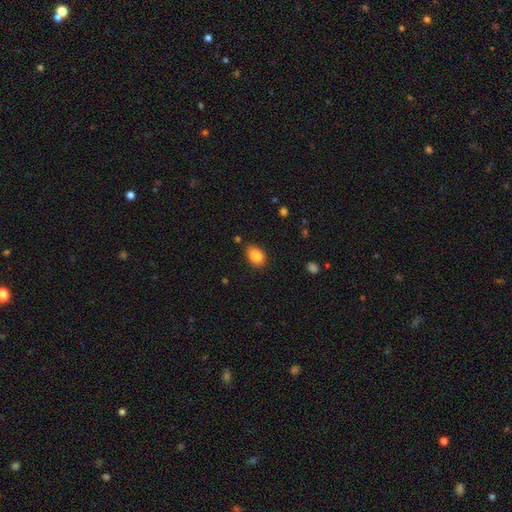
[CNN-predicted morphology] Smooth or featured? Predicted: smooth (p=0.85). How rounded? Predicted: in between (p=0.79). Merging? Predicted: none (p=0.68).